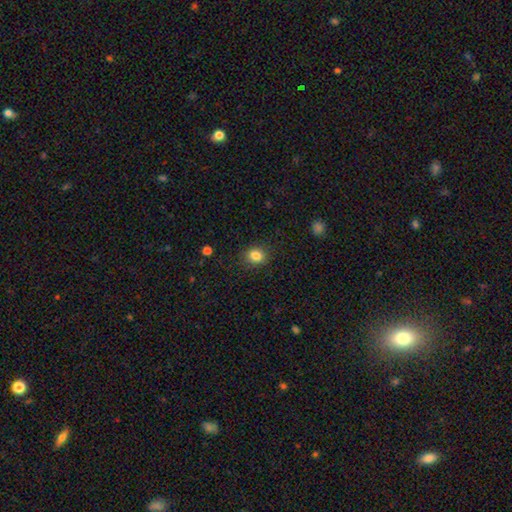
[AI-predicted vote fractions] Smooth or featured: smooth — 84% (star or artifact — 10%)
How rounded: round — 55% (in between — 44%)
Merging: none — 86% (minor disturbance — 10%)